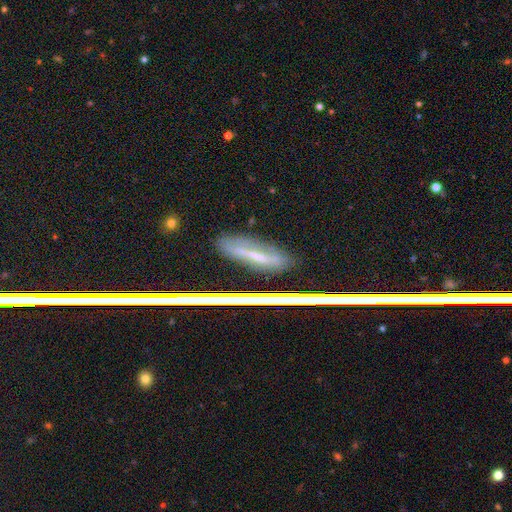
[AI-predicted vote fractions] smooth-or-featured: featured or disk: 42% | smooth: 35% | star or artifact: 23%
  merging: none: 78% | minor disturbance: 16% | major disturbance: 4% | merger: 2%